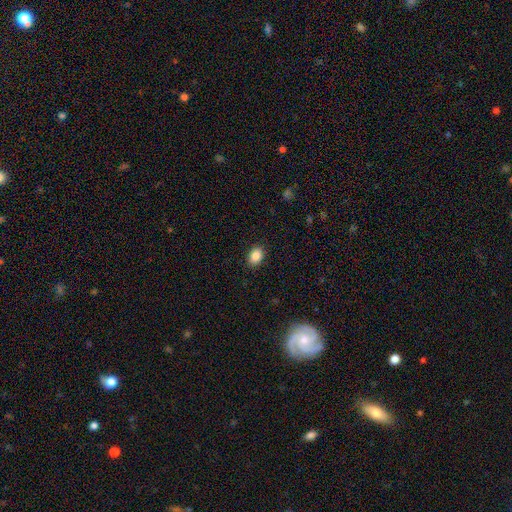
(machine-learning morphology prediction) type=smooth (88%); roundness=in between (78%); merging=none (89%).